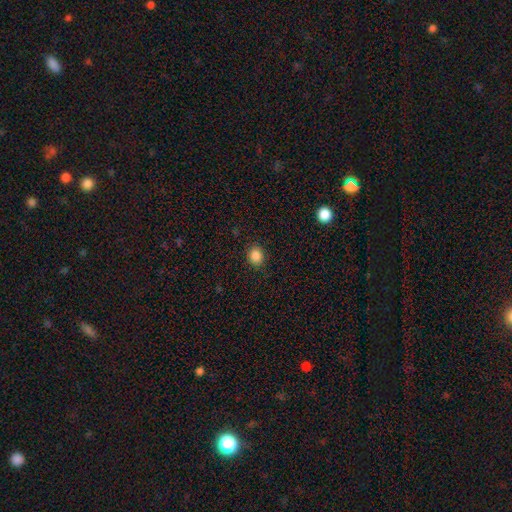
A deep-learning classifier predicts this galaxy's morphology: Overall: smooth (86%). How rounded: round (65%; in between 34%). Merging: none (89%).